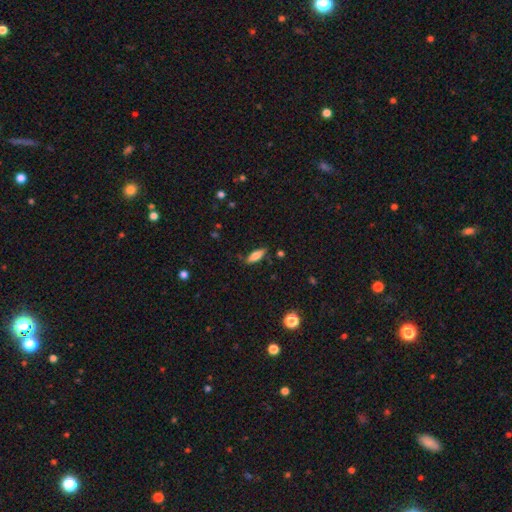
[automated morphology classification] A smooth galaxy with no disk features (69%) that is in between round and cigar-shaped (53%). Merging: none (83%).